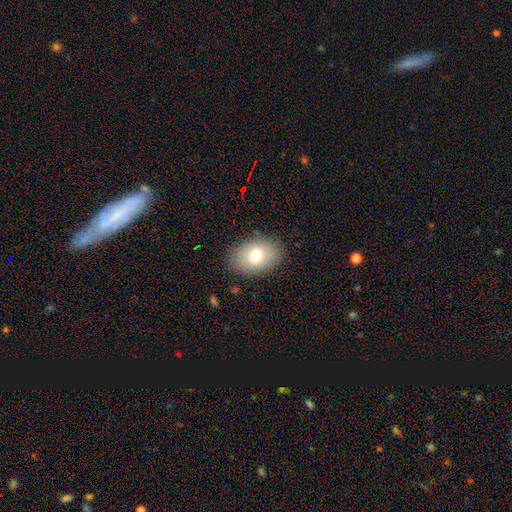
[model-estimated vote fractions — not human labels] smooth_or_featured: smooth (p=0.75) [alt: featured or disk p=0.16]
how_rounded: in between (p=0.80) [alt: round p=0.19]
merging: none (p=0.85) [alt: minor disturbance p=0.11]